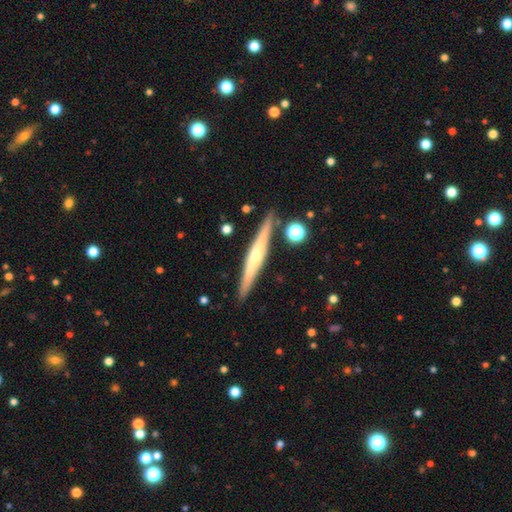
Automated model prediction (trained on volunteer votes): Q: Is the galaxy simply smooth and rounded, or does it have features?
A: featured or disk — 71%.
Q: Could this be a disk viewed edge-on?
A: yes — 97%.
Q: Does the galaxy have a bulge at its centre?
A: rounded — 78%.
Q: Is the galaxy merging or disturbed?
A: none — 88%.